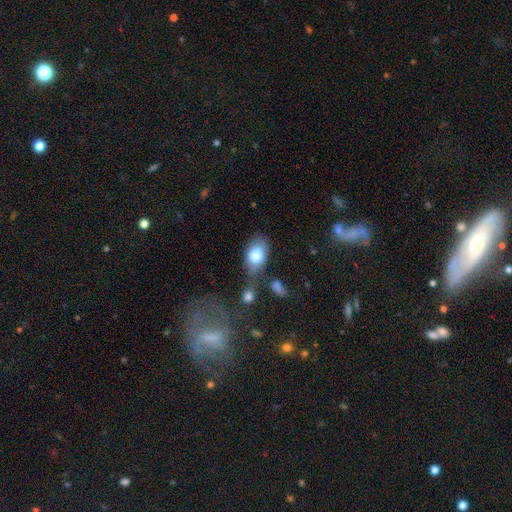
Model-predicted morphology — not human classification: Overall: smooth (79%). How rounded: in between (85%). Merging: none (47%; minor disturbance 21%).